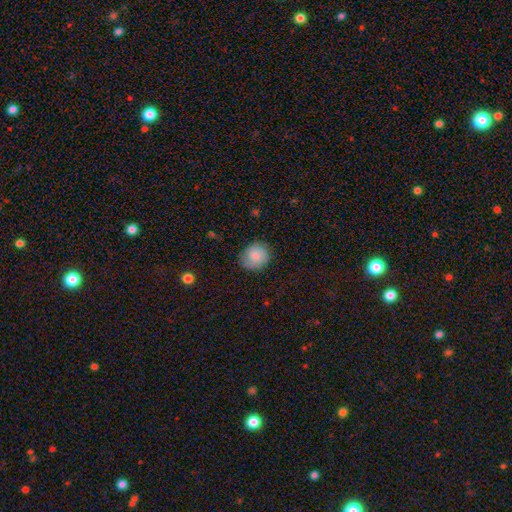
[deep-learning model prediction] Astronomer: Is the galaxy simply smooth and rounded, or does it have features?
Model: smooth — 82%.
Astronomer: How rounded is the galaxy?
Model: round — 80%.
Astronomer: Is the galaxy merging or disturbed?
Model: none — 79%.